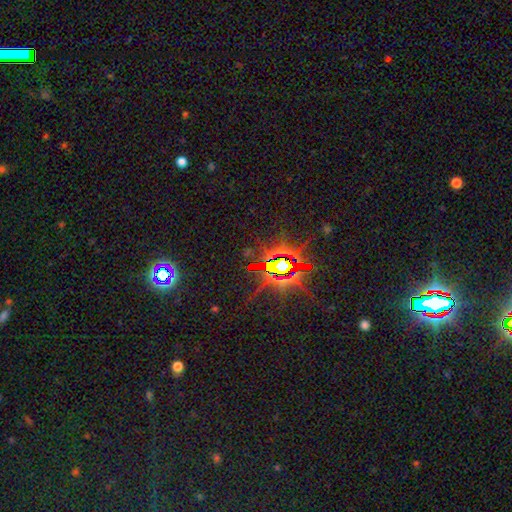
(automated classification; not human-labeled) This is clearly a star or artifact rather than a galaxy (85%).